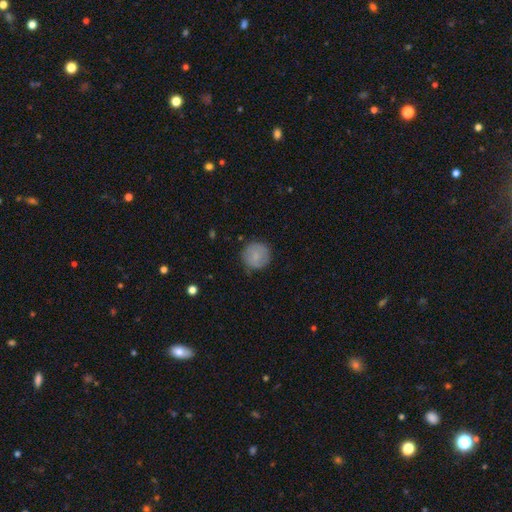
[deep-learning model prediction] Smooth or featured?
  - smooth: 76% *
  - featured or disk: 16%
  - star or artifact: 8%
How rounded?
  - round: 93% *
  - in between: 6%
  - cigar-shaped: 1%
Merging?
  - none: 80% *
  - minor disturbance: 15%
  - major disturbance: 4%
  - merger: 1%